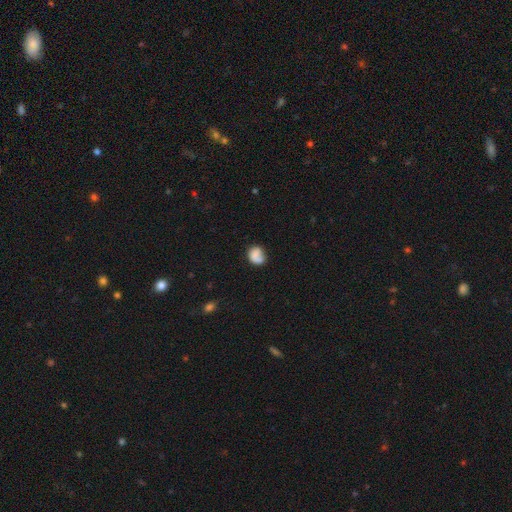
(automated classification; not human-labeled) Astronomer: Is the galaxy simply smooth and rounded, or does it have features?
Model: smooth — 72%.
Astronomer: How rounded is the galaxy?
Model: round — 59% (runner-up: in between, 39%).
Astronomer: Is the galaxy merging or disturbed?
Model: none — 51%.